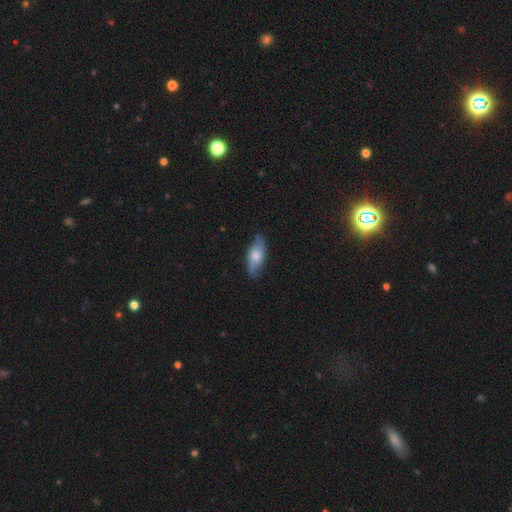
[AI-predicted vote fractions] This appears to be a smooth galaxy with no disk features (56%) that is in between round and cigar-shaped (77%). Merging: none (77%).